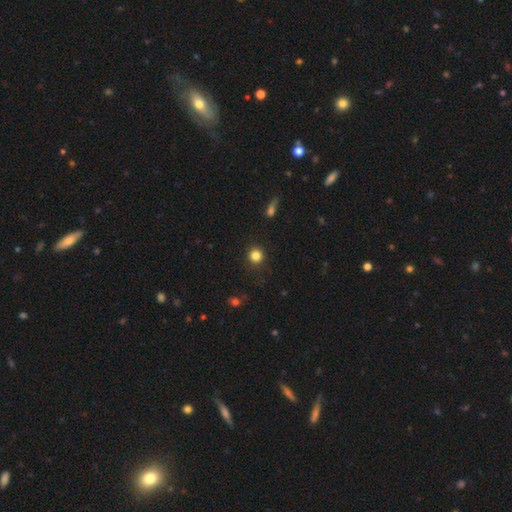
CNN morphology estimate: A smooth galaxy with no disk features (84%) that is round (93%).

Vote fractions:
- Smooth or featured? smooth: 84% / star or artifact: 12% / featured or disk: 4%
- How rounded? round: 93% / in between: 6% / cigar-shaped: 1%
- Merging? none: 89% / minor disturbance: 7% / major disturbance: 3% / merger: 1%